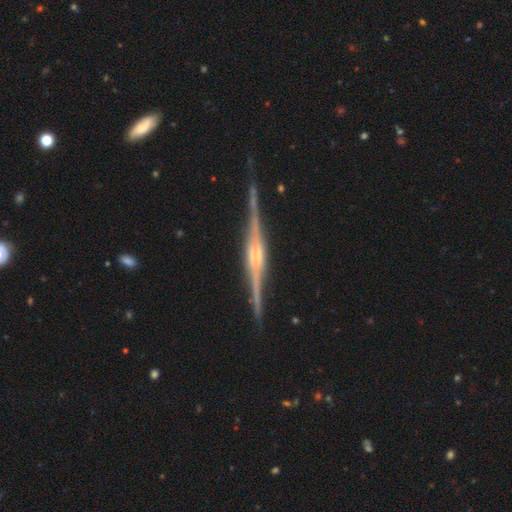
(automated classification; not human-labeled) Smooth or featured? Predicted: featured or disk (p=0.90). Edge-on disk? Predicted: yes (p=0.98). Edge-on bulge? Predicted: rounded (p=0.47). Merging? Predicted: none (p=0.86).